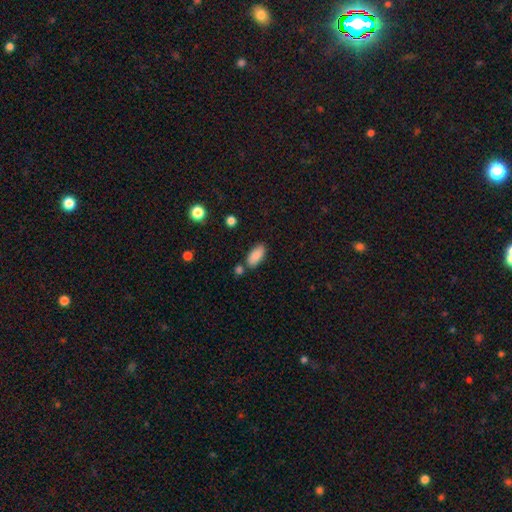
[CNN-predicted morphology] smooth 87%, star or artifact 7%, featured or disk 6%. Down the decision tree: how rounded — in between (89%); merging — none (74%).